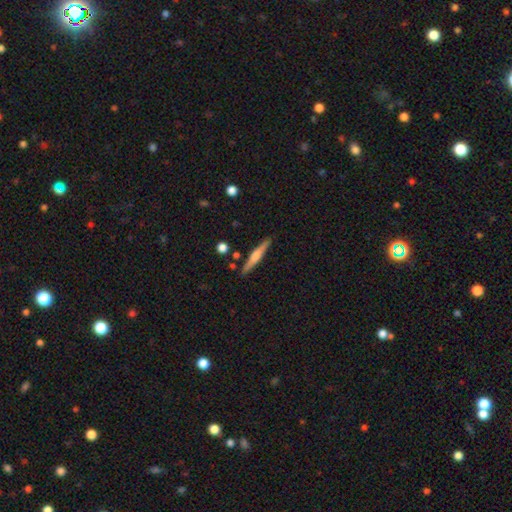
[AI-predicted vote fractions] This appears to be a featured or disk galaxy (54%) viewed edge-on (97%) with a rounded central bulge (67%). Merging: none (88%).